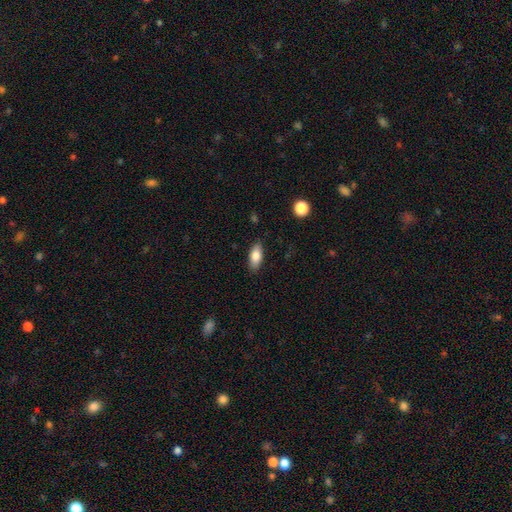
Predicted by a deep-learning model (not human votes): Smooth or featured? smooth (80%)
How rounded? in between (84%)
Merging? none (87%)